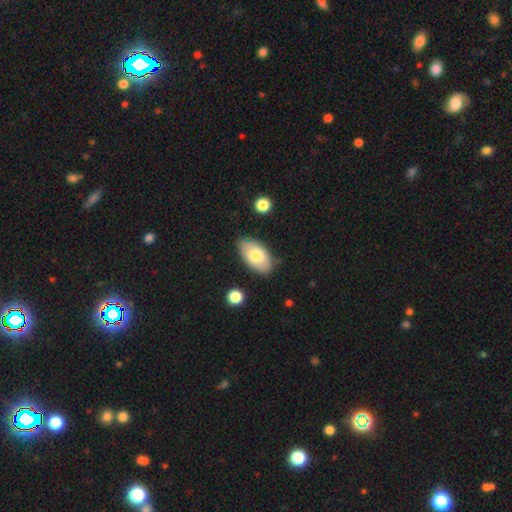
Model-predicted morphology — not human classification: A smooth galaxy with no disk features (72%) that is in between round and cigar-shaped (93%).

Vote fractions:
- Smooth or featured? smooth: 72% / featured or disk: 22% / star or artifact: 7%
- How rounded? in between: 93% / round: 5% / cigar-shaped: 2%
- Merging? none: 74% / minor disturbance: 20% / major disturbance: 4% / merger: 3%